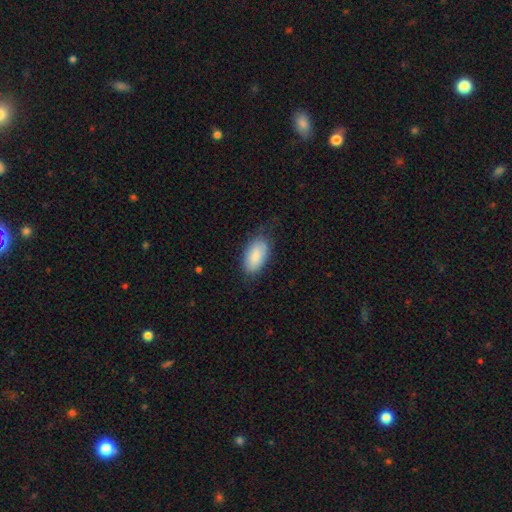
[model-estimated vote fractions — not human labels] This is clearly a smooth galaxy (87%). How rounded: clearly in between (94%). Merging: likely none (74%).